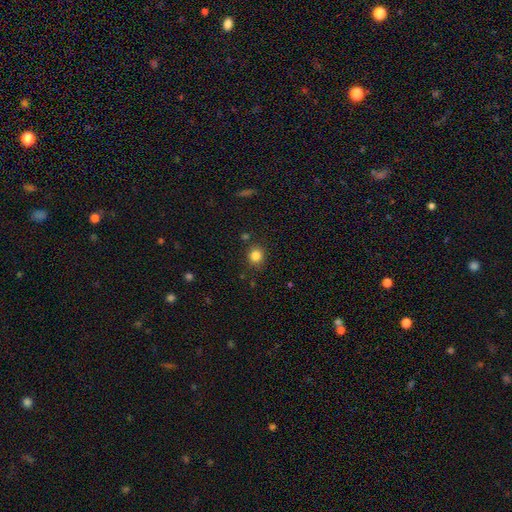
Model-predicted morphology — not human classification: smooth-or-featured: smooth: 84% | star or artifact: 12% | featured or disk: 4%
  how-rounded: round: 85% | in between: 14% | cigar-shaped: 1%
  merging: none: 85% | minor disturbance: 9% | merger: 3% | major disturbance: 3%